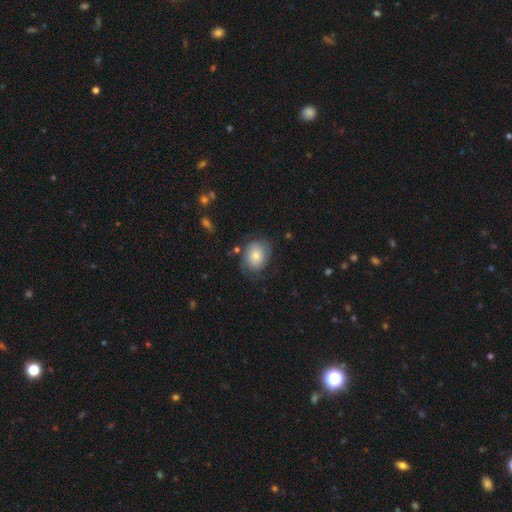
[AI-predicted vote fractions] Q: Smooth or featured?
A: smooth (73%); runner-up: featured or disk (20%)
Q: How rounded?
A: round (50%); runner-up: in between (49%)
Q: Merging?
A: none (65%); runner-up: minor disturbance (23%)